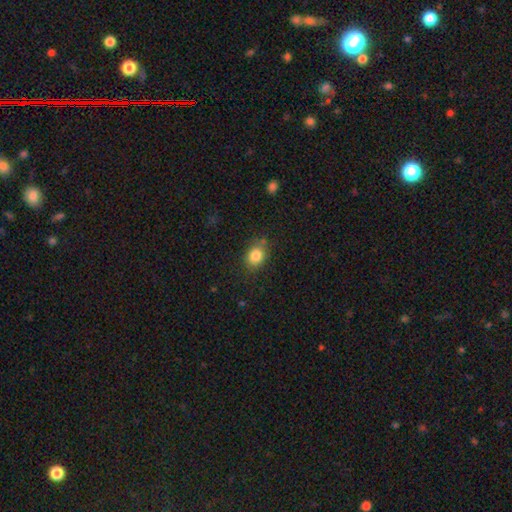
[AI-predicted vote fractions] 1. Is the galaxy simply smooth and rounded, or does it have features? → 84% smooth, 10% star or artifact, 6% featured or disk.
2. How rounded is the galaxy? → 50% round, 49% in between, 1% cigar-shaped.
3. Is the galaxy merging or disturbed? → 77% none, 16% minor disturbance, 4% major disturbance, 3% merger.